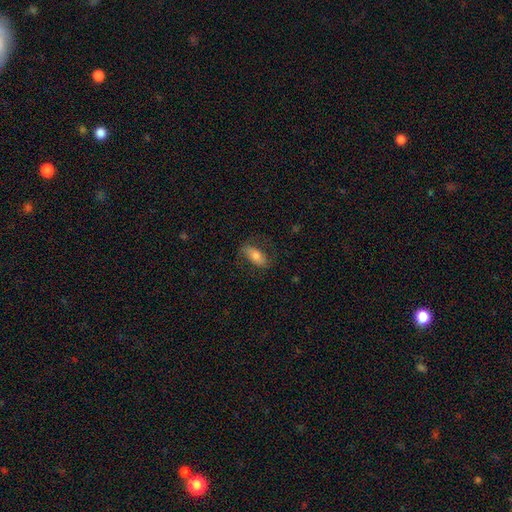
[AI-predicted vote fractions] smooth-or-featured: smooth: 66% | featured or disk: 27% | star or artifact: 7%
  how-rounded: in between: 84% | cigar-shaped: 13% | round: 4%
  merging: none: 73% | minor disturbance: 18% | major disturbance: 8% | merger: 1%